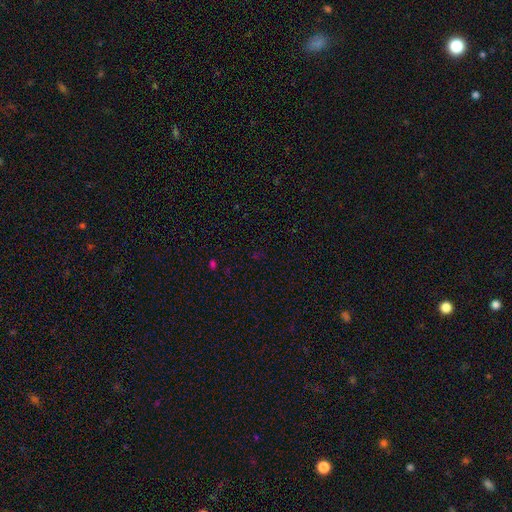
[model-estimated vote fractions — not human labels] A star or artifact, not a galaxy (64%).